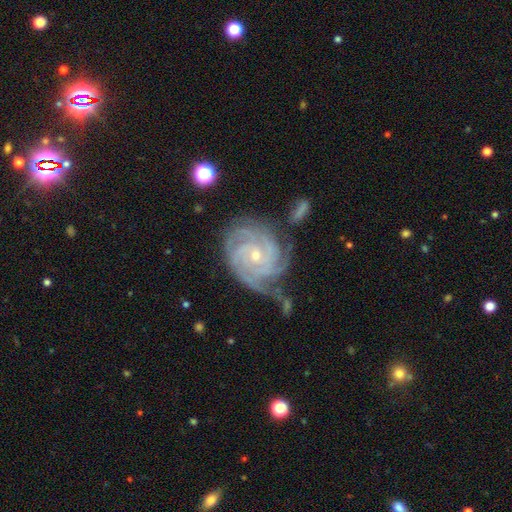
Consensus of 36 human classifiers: Smooth or featured? featured or disk (94%)
Edge-on disk? no (100%)
Bar? no (68%)
Spiral arms? yes (100%)
Spiral winding? tight (85%)
Spiral arm count? 4 (38%)
Bulge size? small (74%)
Merging? none (50%)